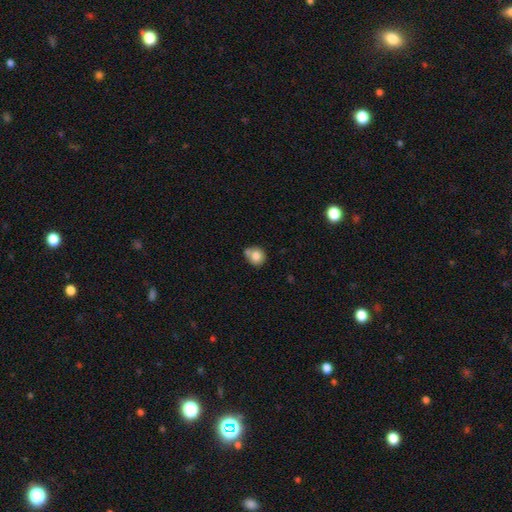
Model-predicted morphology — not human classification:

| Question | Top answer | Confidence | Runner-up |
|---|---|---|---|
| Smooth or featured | smooth | 80% | featured or disk (11%) |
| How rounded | round | 82% | in between (17%) |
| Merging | none | 54% | merger (24%) |